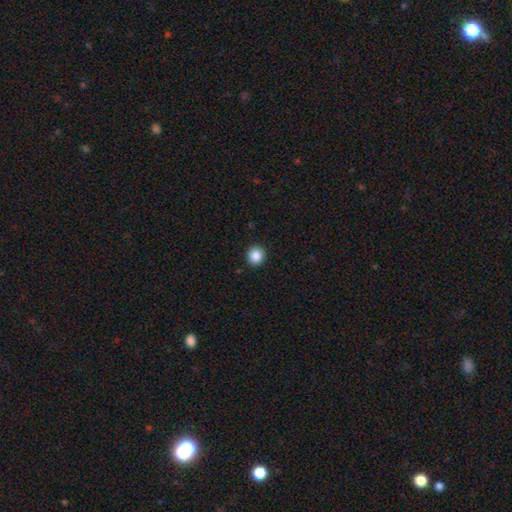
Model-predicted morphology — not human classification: Overall: smooth (87%). How rounded: round (90%). Merging: none (92%).